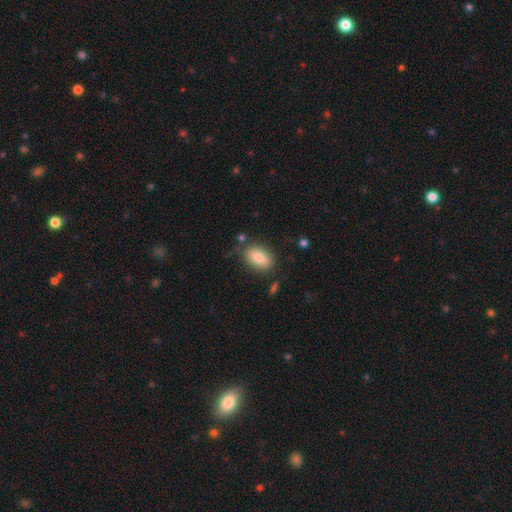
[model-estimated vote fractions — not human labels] Smooth or featured? Predicted: smooth (p=0.82). How rounded? Predicted: in between (p=0.88). Merging? Predicted: none (p=0.79).